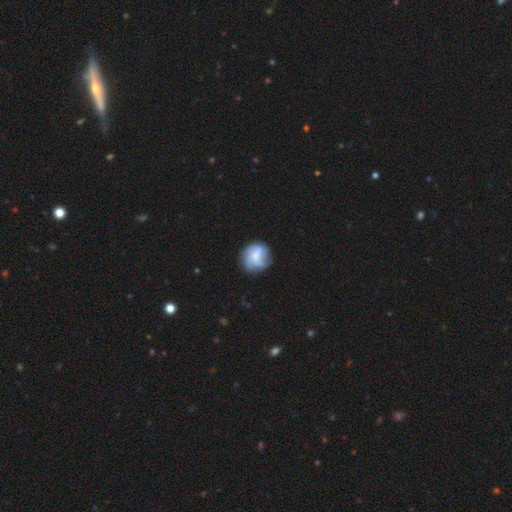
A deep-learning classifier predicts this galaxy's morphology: The model was most divided on "smooth or featured": featured or disk: 47%, smooth: 45%, star or artifact: 8%. More confident: merging — none (69%).